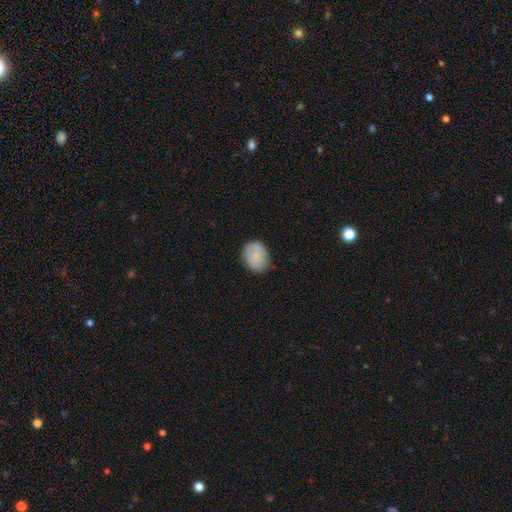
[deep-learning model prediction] A smooth galaxy with no disk features (78%) that is in between round and cigar-shaped (54%). Merging: none (79%).